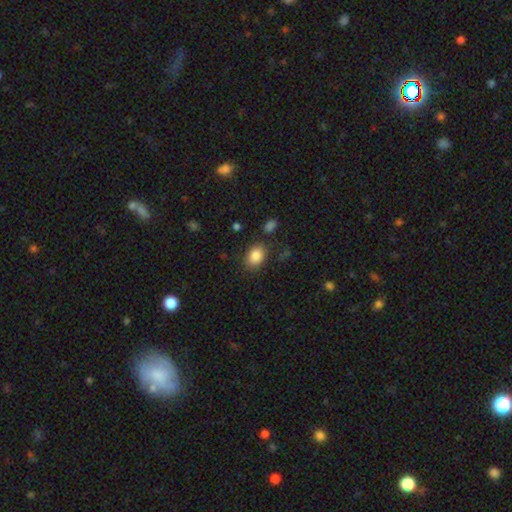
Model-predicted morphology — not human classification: The model was most divided on "how rounded": in between: 76%, round: 23%, cigar-shaped: 1%. More confident: smooth or featured — smooth (86%); merging — none (81%).